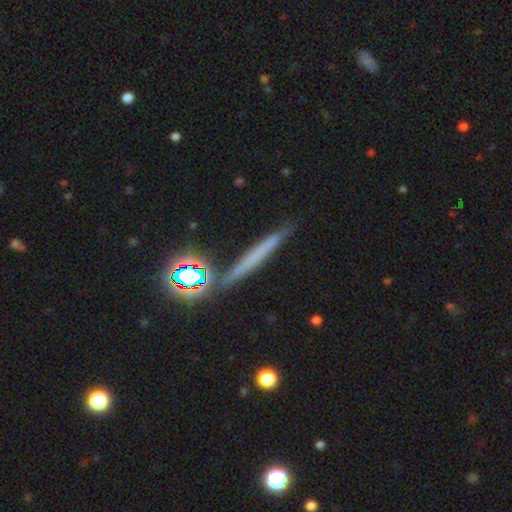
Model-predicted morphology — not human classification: A smooth galaxy with no disk features (46%).

Vote fractions:
- Smooth or featured? smooth: 46% / featured or disk: 35% / star or artifact: 19%
- Merging? none: 85% / minor disturbance: 8% / merger: 4% / major disturbance: 2%